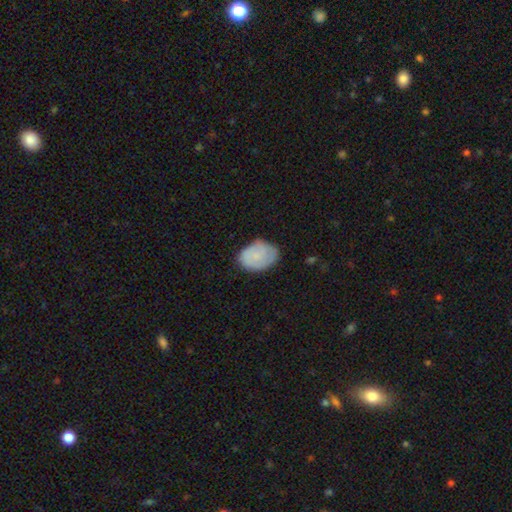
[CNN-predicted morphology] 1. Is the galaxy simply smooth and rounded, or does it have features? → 70% smooth, 23% featured or disk, 7% star or artifact.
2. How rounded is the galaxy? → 80% in between, 19% round, 1% cigar-shaped.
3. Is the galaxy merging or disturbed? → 66% none, 27% minor disturbance, 6% major disturbance, 1% merger.